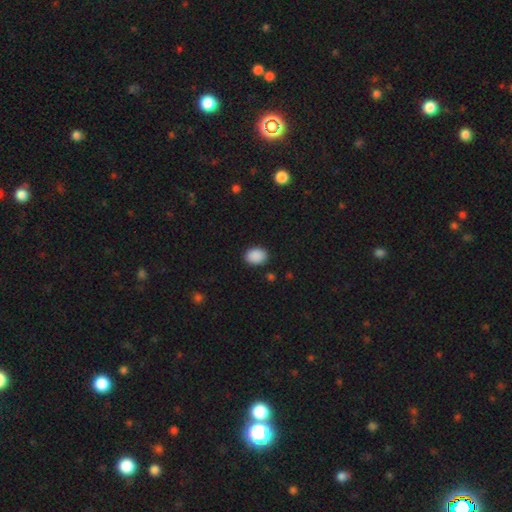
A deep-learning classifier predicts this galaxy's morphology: A smooth galaxy with no disk features (90%) that is in between round and cigar-shaped (69%). Merging: none (88%).